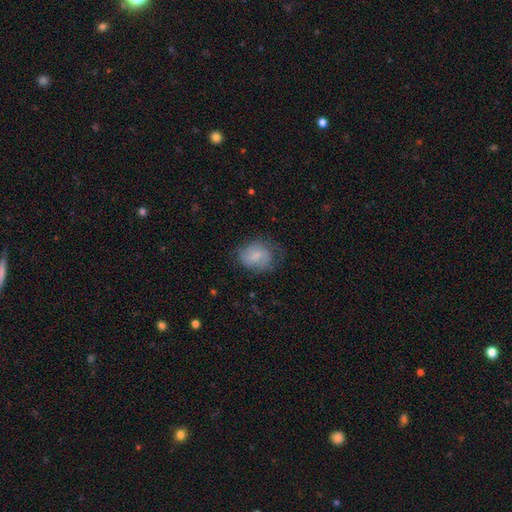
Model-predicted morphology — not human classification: This is likely a smooth galaxy (60%). How rounded: possibly round (52%). Merging: possibly none (54%).